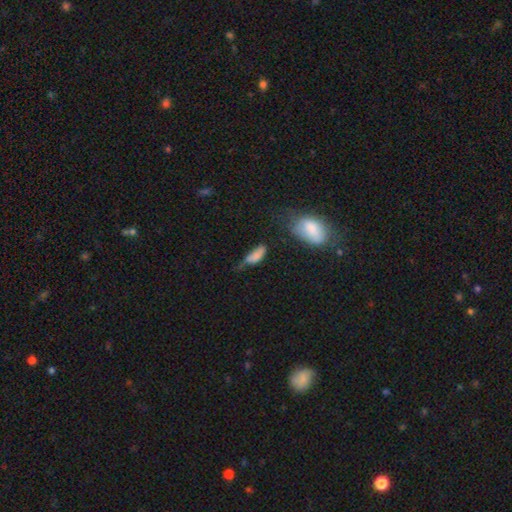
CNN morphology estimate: A smooth galaxy with no disk features (75%) that is in between round and cigar-shaped (71%). Merging: minor disturbance (35%).